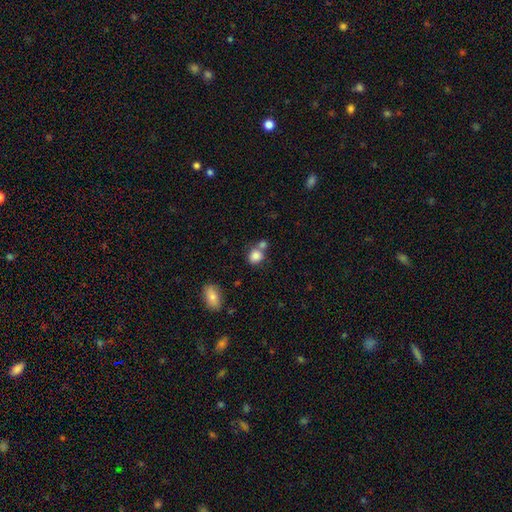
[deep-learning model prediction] Smooth or featured?
  - smooth: 83% *
  - star or artifact: 10%
  - featured or disk: 8%
How rounded?
  - round: 69% *
  - in between: 29%
  - cigar-shaped: 1%
Merging?
  - none: 50% *
  - merger: 35%
  - minor disturbance: 11%
  - major disturbance: 4%